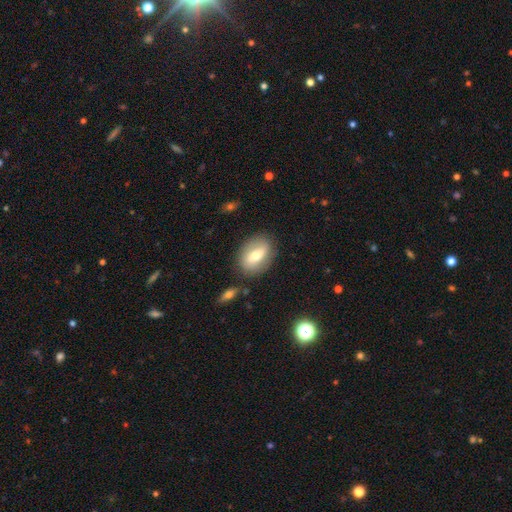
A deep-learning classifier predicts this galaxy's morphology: smooth 52%, featured or disk 40%, star or artifact 7%. Down the decision tree: how rounded — in between (76%); merging — none (81%).